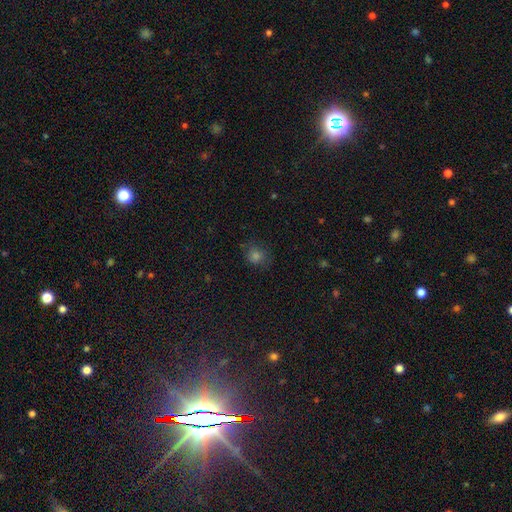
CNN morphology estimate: A smooth galaxy with no disk features (67%) that is round (79%). Merging: none (77%).